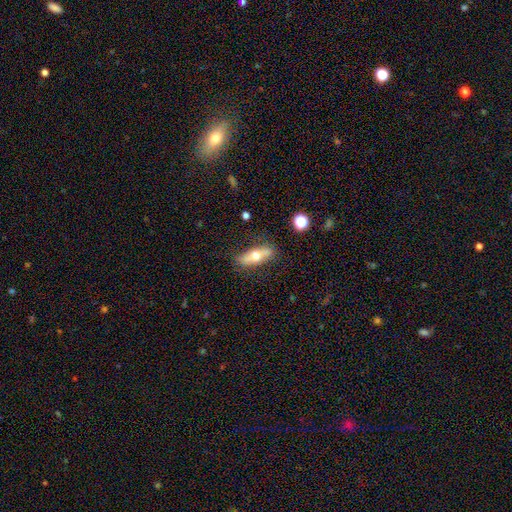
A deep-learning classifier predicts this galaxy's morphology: smooth-or-featured: smooth: 51% | featured or disk: 42% | star or artifact: 7%
  how-rounded: in between: 50% | cigar-shaped: 46% | round: 4%
  merging: none: 80% | minor disturbance: 14% | major disturbance: 4% | merger: 3%